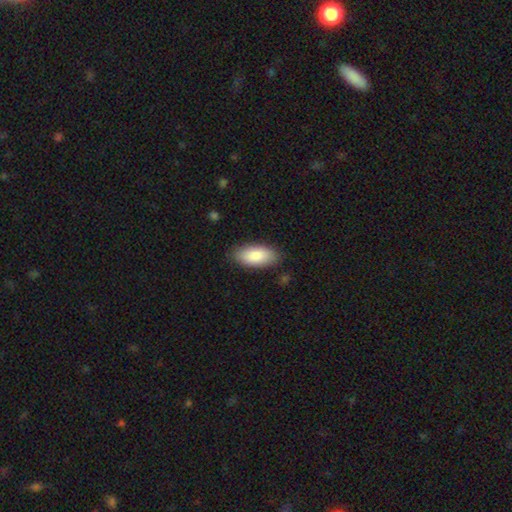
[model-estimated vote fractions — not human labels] This appears to be a smooth galaxy with no disk features (88%) that is in between round and cigar-shaped (90%). Merging: none (84%).